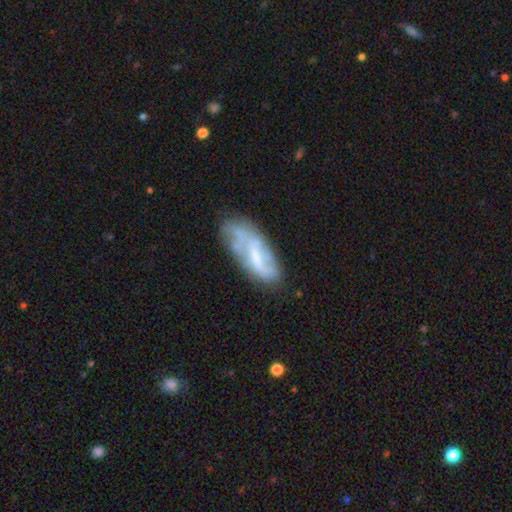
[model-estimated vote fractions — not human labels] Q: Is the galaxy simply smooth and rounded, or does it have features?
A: featured or disk — 55%.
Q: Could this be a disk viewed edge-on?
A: no — 89%.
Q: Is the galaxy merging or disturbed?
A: none — 47%.